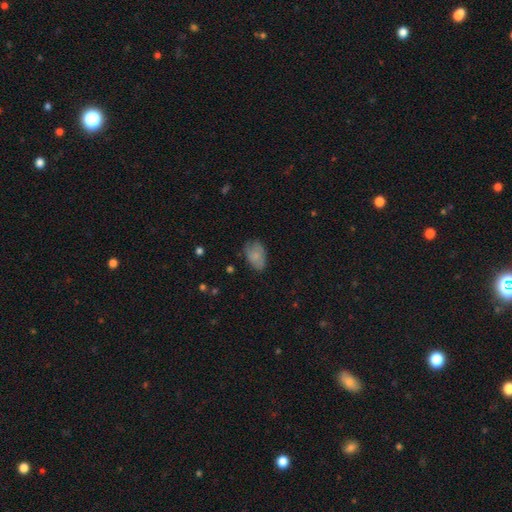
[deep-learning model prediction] A smooth galaxy with no disk features (72%) that is in between round and cigar-shaped (88%). Merging: none (63%).